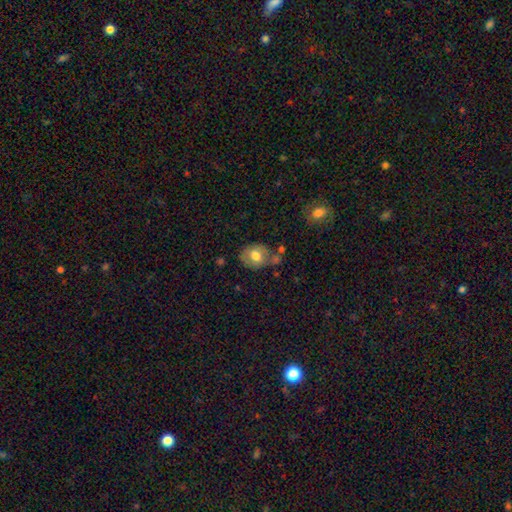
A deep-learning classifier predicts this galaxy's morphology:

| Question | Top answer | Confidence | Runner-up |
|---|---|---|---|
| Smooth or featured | smooth | 67% | featured or disk (25%) |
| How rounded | round | 56% | in between (43%) |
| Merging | none | 58% | minor disturbance (22%) |